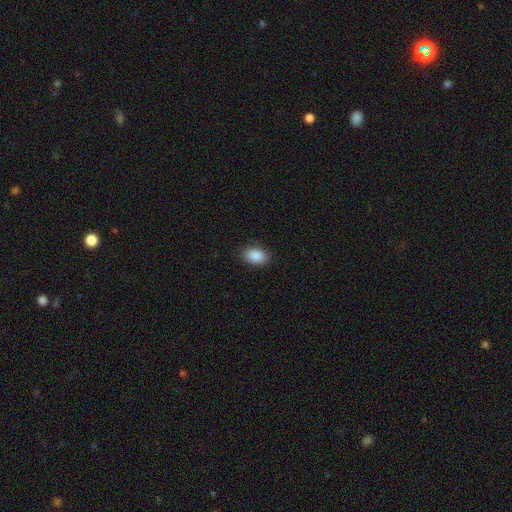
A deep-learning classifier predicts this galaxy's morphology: Smooth or featured? Predicted: smooth (p=0.89). How rounded? Predicted: in between (p=0.88). Merging? Predicted: none (p=0.88).